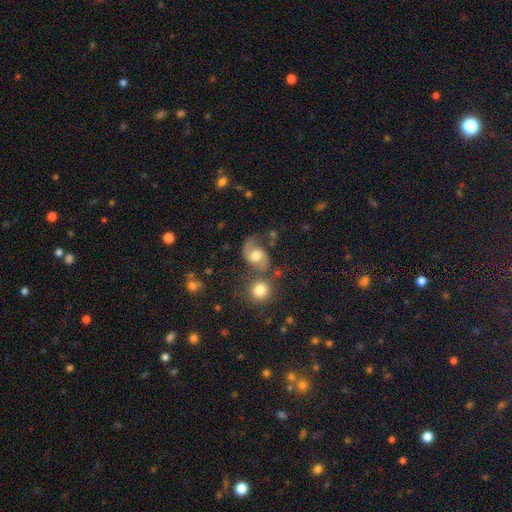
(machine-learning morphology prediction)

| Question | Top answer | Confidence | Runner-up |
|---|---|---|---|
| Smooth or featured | featured or disk | 60% | smooth (30%) |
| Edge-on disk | no | 97% | yes (3%) |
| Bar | no | 57% | weak (35%) |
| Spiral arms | yes | 88% | no (12%) |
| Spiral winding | loose | 52% | medium (39%) |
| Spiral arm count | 2 | 86% | 1 (7%) |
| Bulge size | moderate | 68% | large (19%) |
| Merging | none | 52% | minor disturbance (18%) |